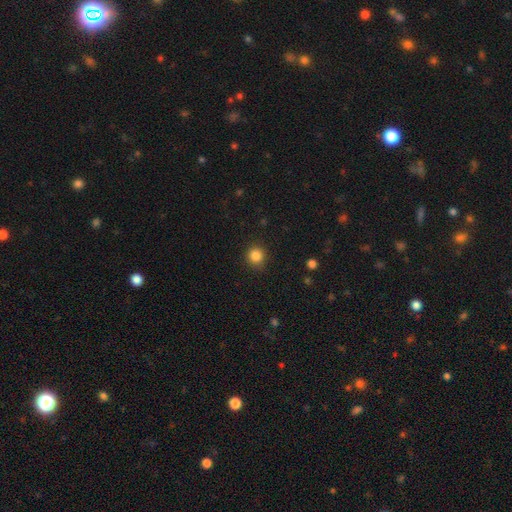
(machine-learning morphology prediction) Overall: smooth (85%). How rounded: round (92%). Merging: none (89%).